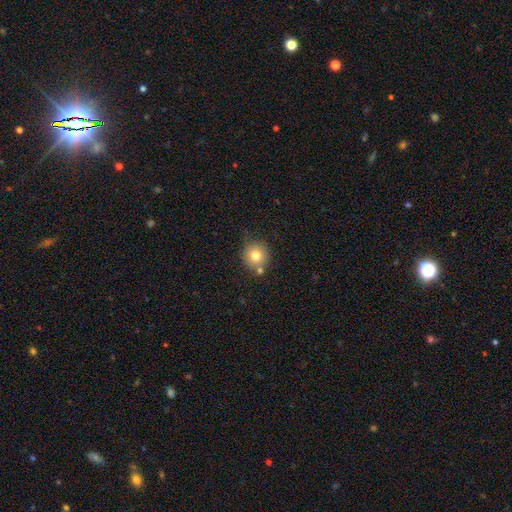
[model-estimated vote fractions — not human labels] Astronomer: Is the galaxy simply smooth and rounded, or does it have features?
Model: smooth — 77%.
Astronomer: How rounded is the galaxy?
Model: round — 92%.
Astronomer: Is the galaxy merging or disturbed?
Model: none — 71%.